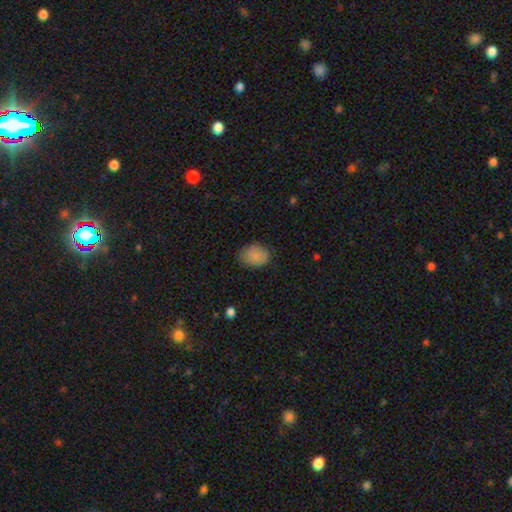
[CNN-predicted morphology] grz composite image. It shows a smooth galaxy with no disk features (81%) that is in between round and cigar-shaped (59%). Merging: none (70%).